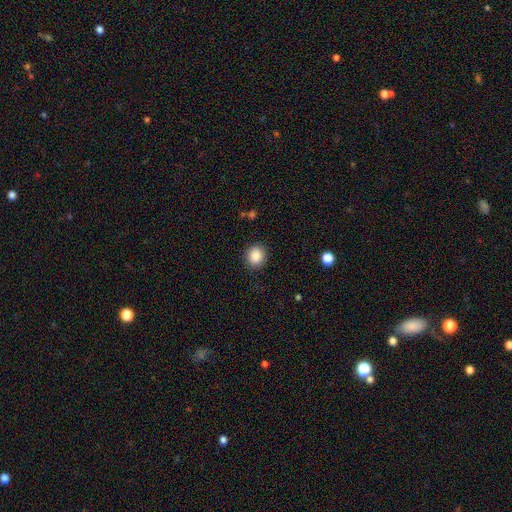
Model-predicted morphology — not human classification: type=smooth (88%); roundness=round (80%); merging=none (89%).